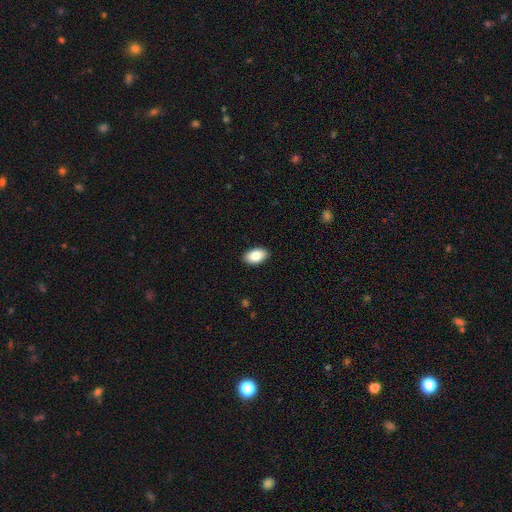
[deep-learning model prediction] smooth 86%, featured or disk 7%, star or artifact 7%. Down the decision tree: how rounded — in between (93%); merging — none (90%).